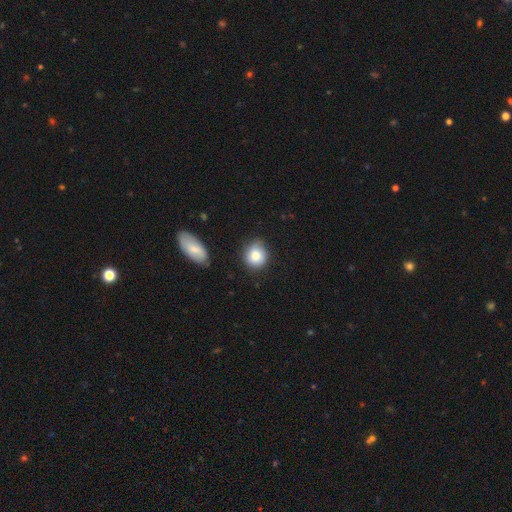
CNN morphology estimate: Smooth or featured?
  - smooth: 83% *
  - featured or disk: 9%
  - star or artifact: 8%
How rounded?
  - round: 74% *
  - in between: 25%
  - cigar-shaped: 1%
Merging?
  - none: 68% *
  - minor disturbance: 24%
  - major disturbance: 4%
  - merger: 3%